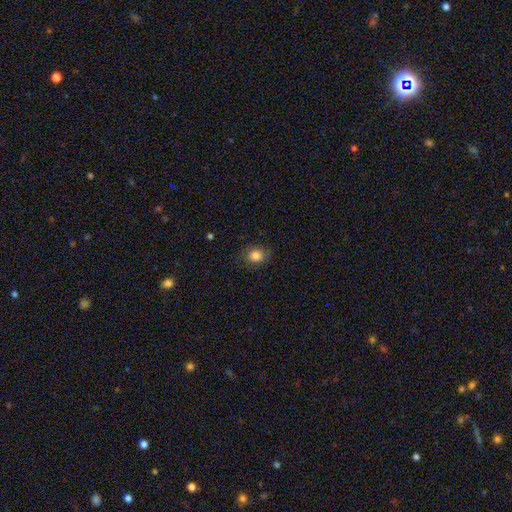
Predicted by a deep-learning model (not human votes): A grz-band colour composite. It shows a smooth galaxy with no disk features (82%) that is round (57%). Merging: none (79%).